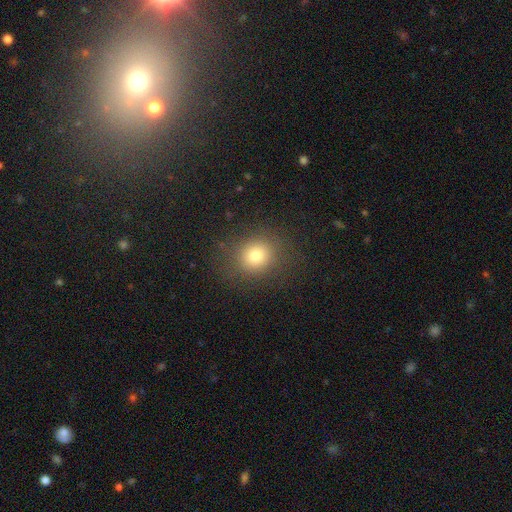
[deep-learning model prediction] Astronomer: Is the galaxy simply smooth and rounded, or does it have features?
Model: smooth — 76%.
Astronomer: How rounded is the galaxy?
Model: round — 78%.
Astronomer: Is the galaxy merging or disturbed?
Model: none — 86%.